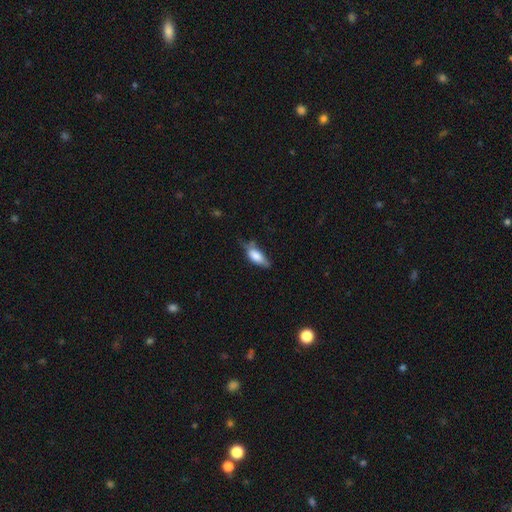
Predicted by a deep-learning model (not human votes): Q: Smooth or featured?
A: smooth (71%); runner-up: featured or disk (22%)
Q: How rounded?
A: in between (77%); runner-up: cigar-shaped (21%)
Q: Merging?
A: none (48%); runner-up: minor disturbance (37%)